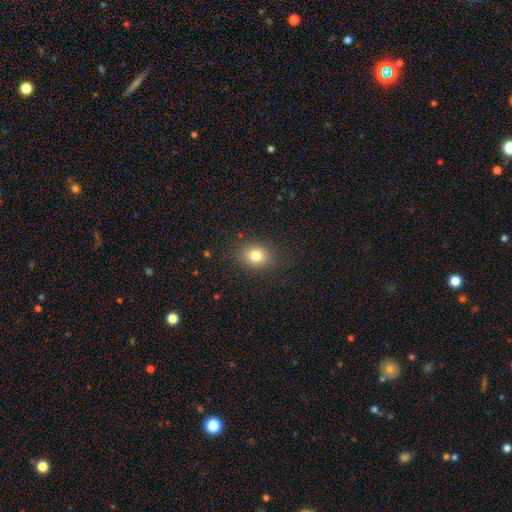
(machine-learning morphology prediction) smooth-or-featured: smooth: 80% | star or artifact: 12% | featured or disk: 8%
  how-rounded: round: 55% | in between: 44% | cigar-shaped: 1%
  merging: none: 87% | minor disturbance: 9% | major disturbance: 3% | merger: 1%